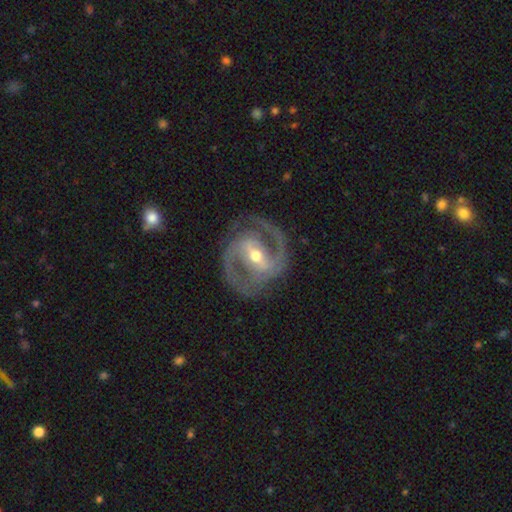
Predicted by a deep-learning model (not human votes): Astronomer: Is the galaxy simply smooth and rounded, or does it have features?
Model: featured or disk — 92%.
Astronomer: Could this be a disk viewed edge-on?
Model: no — 97%.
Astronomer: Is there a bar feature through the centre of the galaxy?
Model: strong — 57%.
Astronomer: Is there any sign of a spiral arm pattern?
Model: yes — 97%.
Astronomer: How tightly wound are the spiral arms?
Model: medium — 56% (runner-up: tight, 34%).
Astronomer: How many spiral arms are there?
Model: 2 — 92%.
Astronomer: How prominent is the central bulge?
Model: moderate — 56% (runner-up: small, 40%).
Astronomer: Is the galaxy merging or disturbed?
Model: none — 83%.